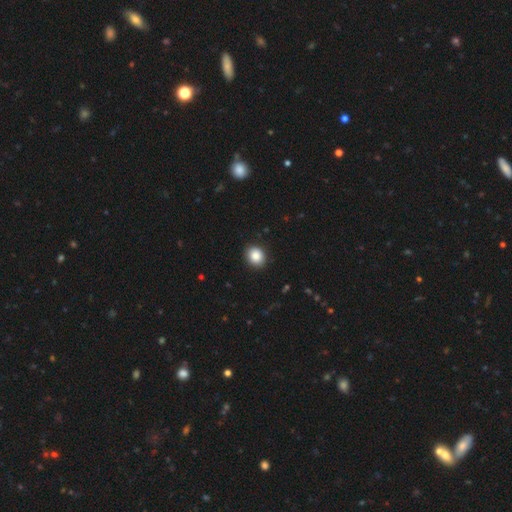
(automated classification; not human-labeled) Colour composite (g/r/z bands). It shows a smooth galaxy with no disk features (87%) that is round (72%). Merging: none (91%).